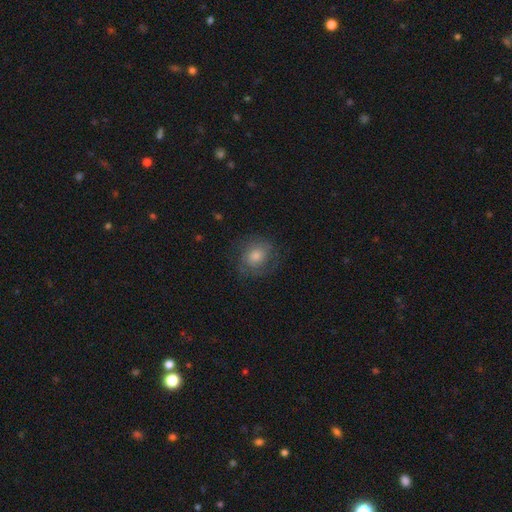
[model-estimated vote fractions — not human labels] Overall: smooth (50%; featured or disk 38%). How rounded: round (74%). Merging: none (74%).